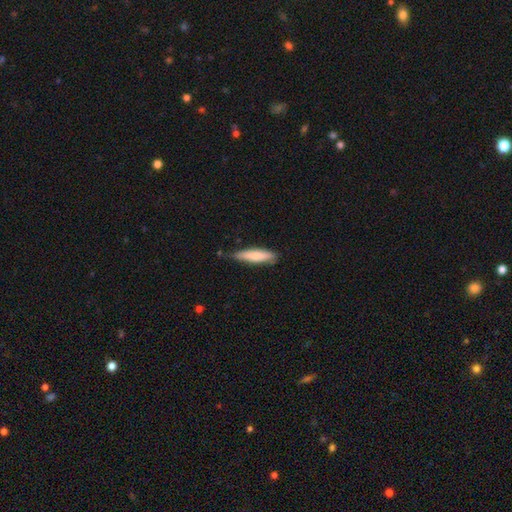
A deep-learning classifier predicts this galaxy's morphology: Overall: smooth (77%). How rounded: cigar-shaped (79%). Merging: none (69%).